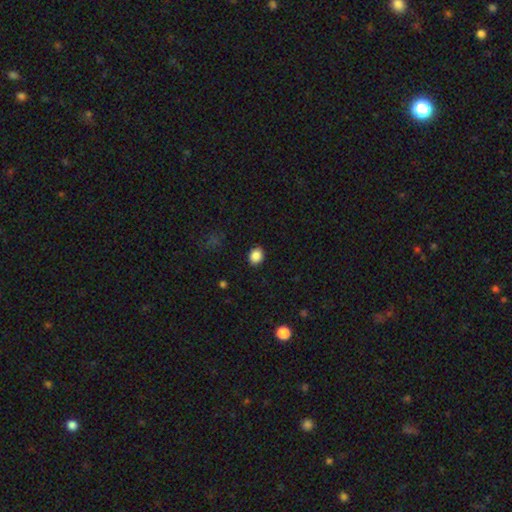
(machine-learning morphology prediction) Smooth or featured: smooth — 88% (star or artifact — 9%)
How rounded: round — 54% (in between — 45%)
Merging: none — 89% (minor disturbance — 8%)